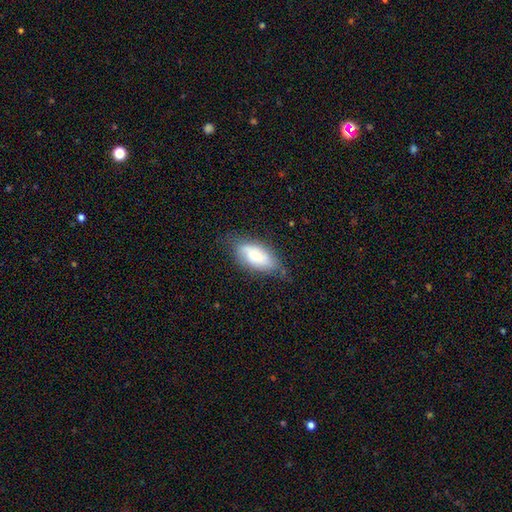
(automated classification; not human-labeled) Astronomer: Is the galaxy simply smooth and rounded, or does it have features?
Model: smooth — 61%.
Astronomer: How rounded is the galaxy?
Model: in between — 89%.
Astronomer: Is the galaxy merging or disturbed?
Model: none — 61%.